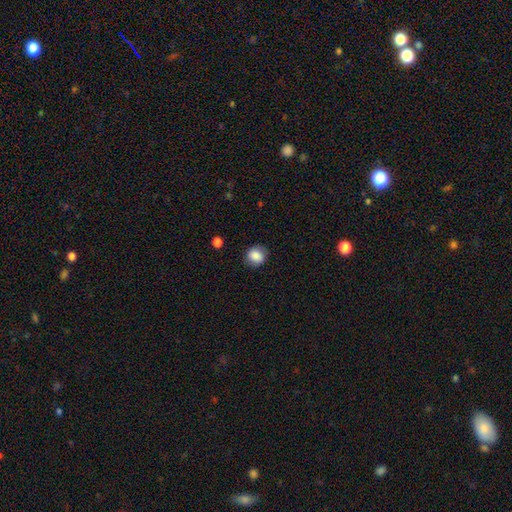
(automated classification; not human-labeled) Smooth or featured? smooth (84%)
How rounded? round (77%)
Merging? none (81%)